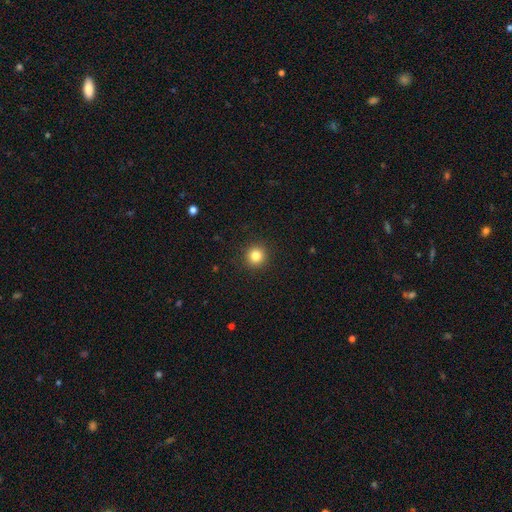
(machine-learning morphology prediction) smooth-or-featured: smooth: 83% | star or artifact: 11% | featured or disk: 5%
  how-rounded: round: 94% | in between: 5% | cigar-shaped: 1%
  merging: none: 92% | minor disturbance: 5% | major disturbance: 2% | merger: 1%